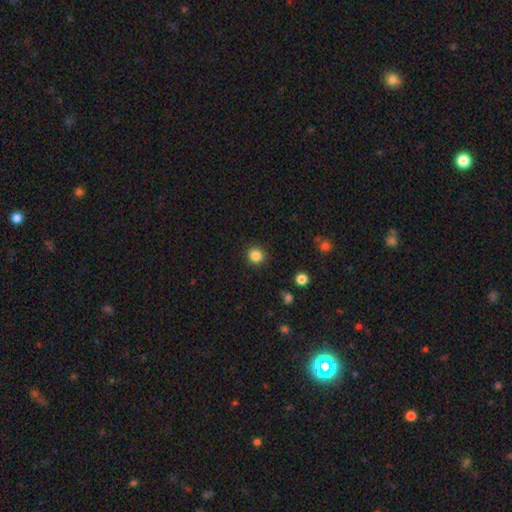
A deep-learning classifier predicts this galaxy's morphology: Q: Smooth or featured?
A: smooth (85%); runner-up: star or artifact (11%)
Q: How rounded?
A: round (90%); runner-up: in between (10%)
Q: Merging?
A: none (91%); runner-up: minor disturbance (6%)